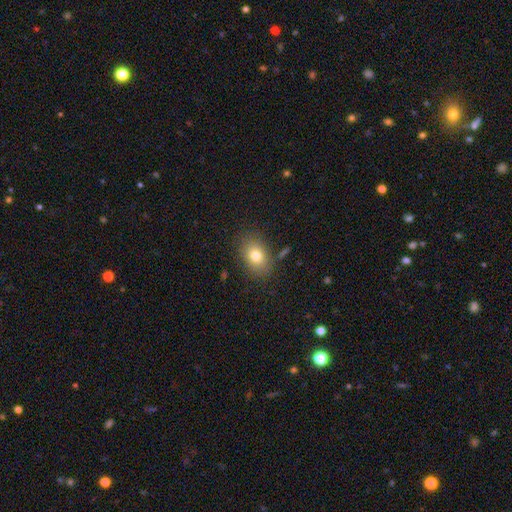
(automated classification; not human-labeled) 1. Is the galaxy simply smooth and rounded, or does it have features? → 78% smooth, 12% featured or disk, 10% star or artifact.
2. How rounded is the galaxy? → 73% in between, 26% round, 1% cigar-shaped.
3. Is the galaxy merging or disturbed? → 82% none, 12% minor disturbance, 4% major disturbance, 3% merger.